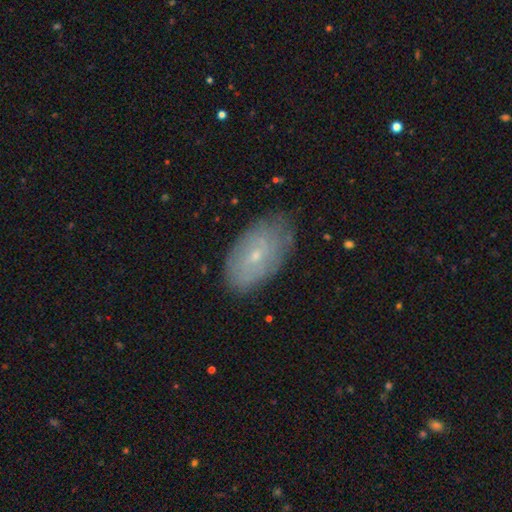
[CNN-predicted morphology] type=featured or disk (46%); merging=none (76%).